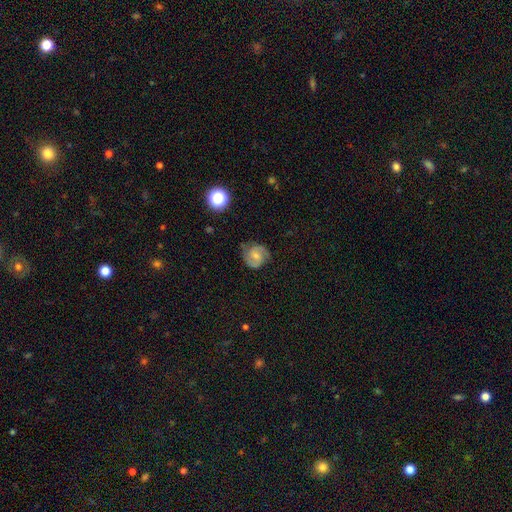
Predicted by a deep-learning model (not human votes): This appears to be a featured or disk galaxy (67%) with no bar (48%), 2 (84%) medium (48%) spiral arms (93%) and a small central bulge (53%). Merging: none (73%).